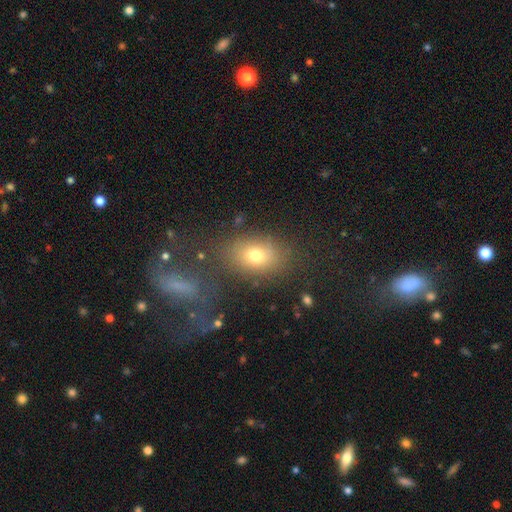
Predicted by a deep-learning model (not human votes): smooth 72%, featured or disk 14%, star or artifact 14%. Down the decision tree: how rounded — in between (69%); merging — none (71%).